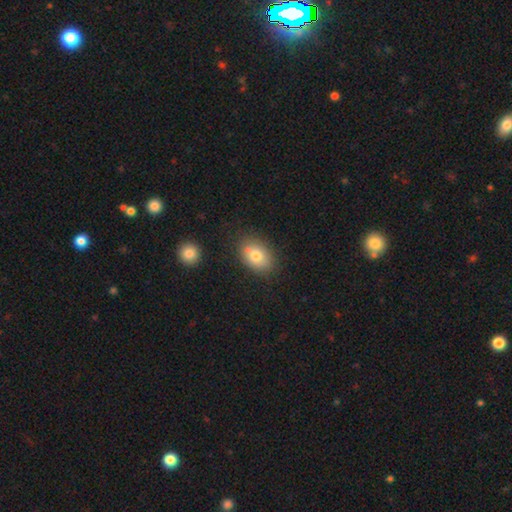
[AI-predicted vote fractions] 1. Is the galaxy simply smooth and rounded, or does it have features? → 78% smooth, 14% featured or disk, 8% star or artifact.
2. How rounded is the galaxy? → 80% in between, 18% round, 1% cigar-shaped.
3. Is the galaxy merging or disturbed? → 76% none, 14% minor disturbance, 7% merger, 3% major disturbance.